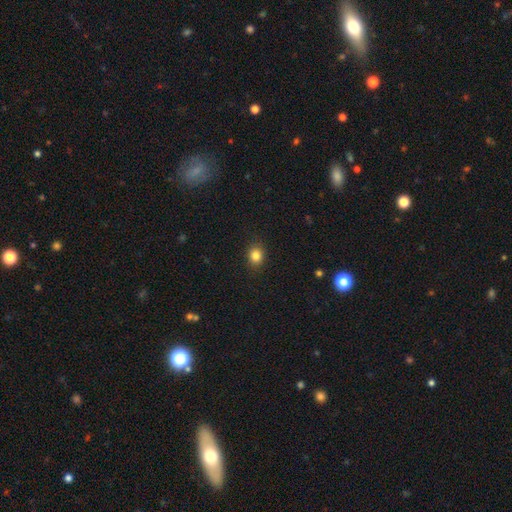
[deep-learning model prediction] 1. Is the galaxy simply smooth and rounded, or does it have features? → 84% smooth, 11% star or artifact, 5% featured or disk.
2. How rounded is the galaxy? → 65% round, 34% in between, 1% cigar-shaped.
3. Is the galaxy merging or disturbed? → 89% none, 8% minor disturbance, 2% major disturbance, 1% merger.